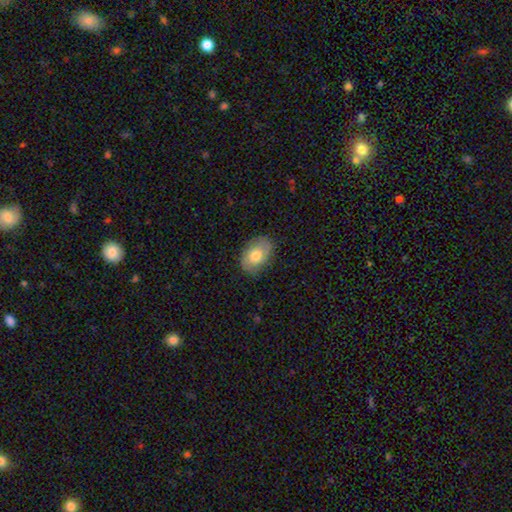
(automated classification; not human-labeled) Overall: smooth (66%; featured or disk 28%). How rounded: in between (85%). Merging: none (79%).